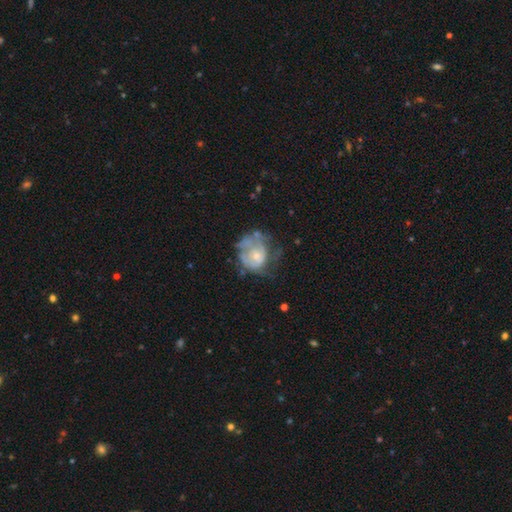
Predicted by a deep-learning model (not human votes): featured or disk 61%, smooth 30%, star or artifact 8%. Down the decision tree: edge-on disk — no (98%); bar — no (83%); spiral arms — no (53%); bulge size — small (56%); merging — major disturbance (35%).